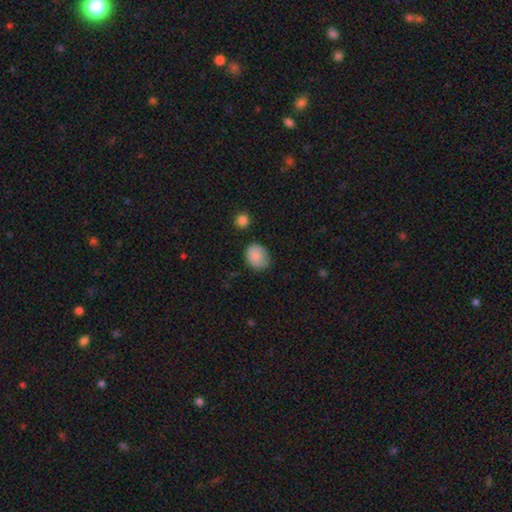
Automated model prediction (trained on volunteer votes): This is clearly a smooth galaxy (87%). How rounded: possibly in between (55%). Merging: likely none (72%).